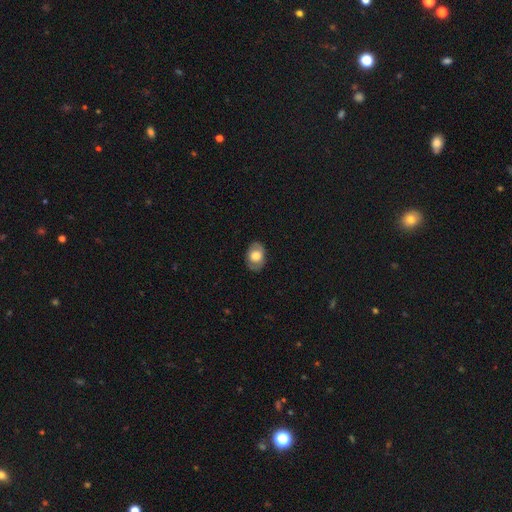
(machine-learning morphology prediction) Smooth or featured? Predicted: smooth (p=0.68). How rounded? Predicted: in between (p=0.78). Merging? Predicted: none (p=0.83).